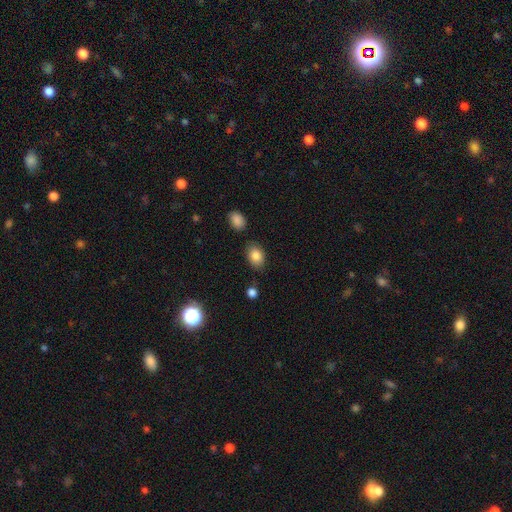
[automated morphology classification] Smooth or featured? smooth (85%)
How rounded? in between (81%)
Merging? none (78%)